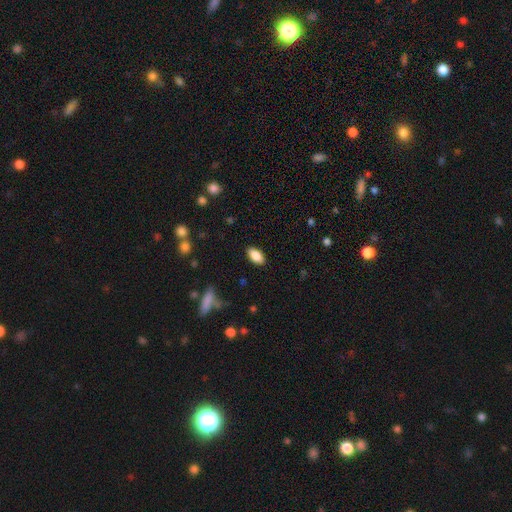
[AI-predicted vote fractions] The model was most divided on "merging": none: 88%, minor disturbance: 9%, major disturbance: 2%, merger: 1%. More confident: how rounded — in between (92%); smooth or featured — smooth (87%).